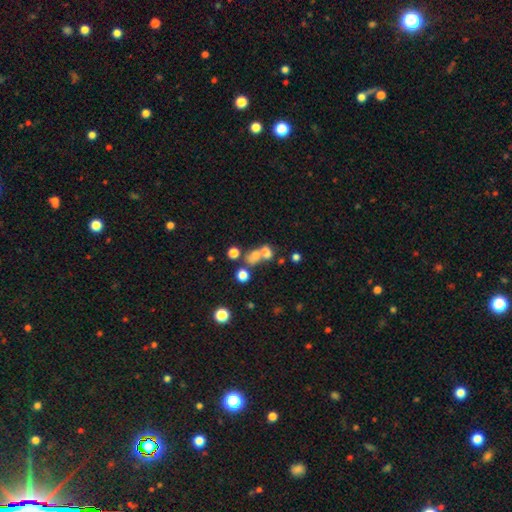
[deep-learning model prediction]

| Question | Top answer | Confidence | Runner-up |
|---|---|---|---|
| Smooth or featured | smooth | 62% | star or artifact (20%) |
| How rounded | round | 50% | in between (47%) |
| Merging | merger | 53% | none (32%) |